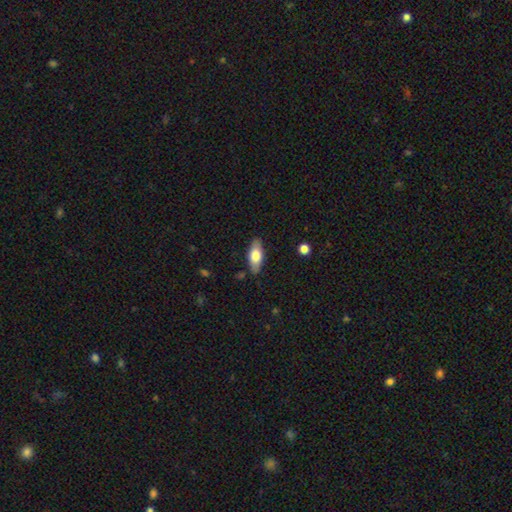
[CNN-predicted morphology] smooth 69%, featured or disk 25%, star or artifact 6%. Down the decision tree: how rounded — in between (80%); merging — none (84%).